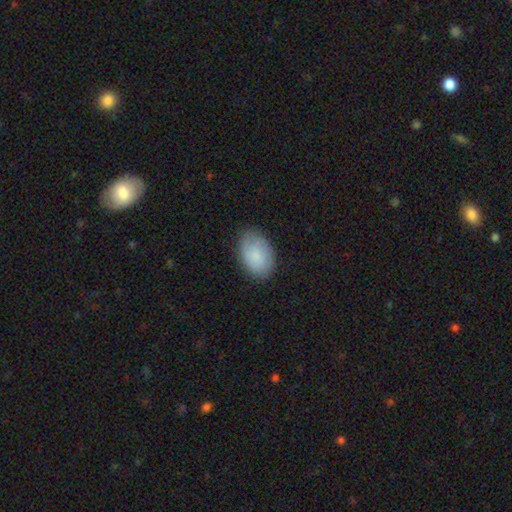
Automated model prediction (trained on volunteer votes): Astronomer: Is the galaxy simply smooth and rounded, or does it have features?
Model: smooth — 82%.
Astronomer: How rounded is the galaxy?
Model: in between — 88%.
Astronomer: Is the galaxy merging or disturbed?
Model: none — 80%.